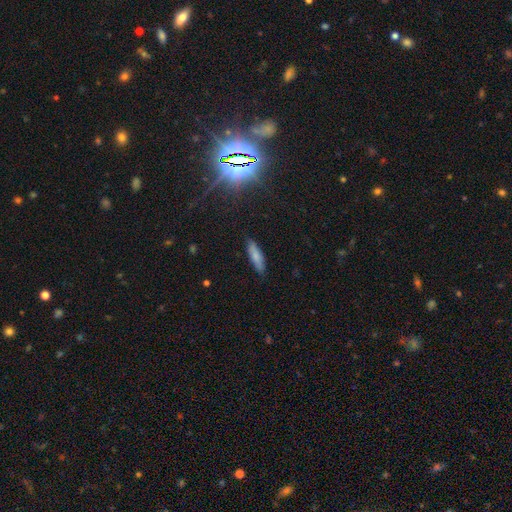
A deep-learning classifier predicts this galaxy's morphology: A smooth galaxy with no disk features (77%) that is cigar-shaped (63%).

Vote fractions:
- Smooth or featured? smooth: 77% / featured or disk: 16% / star or artifact: 7%
- How rounded? cigar-shaped: 63% / in between: 35% / round: 2%
- Merging? none: 85% / minor disturbance: 12% / major disturbance: 2% / merger: 1%